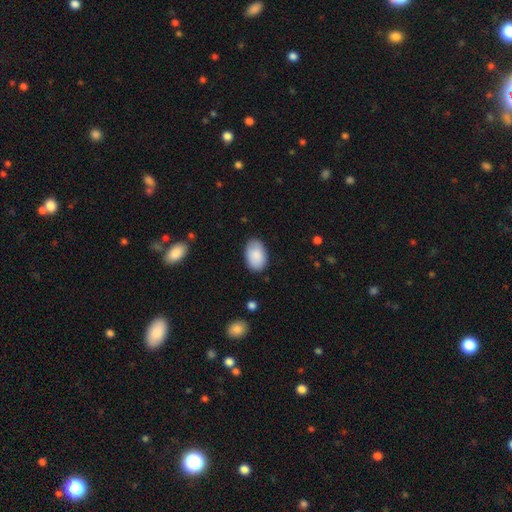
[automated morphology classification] A smooth galaxy with no disk features (89%) that is in between round and cigar-shaped (91%).

Vote fractions:
- Smooth or featured? smooth: 89% / star or artifact: 6% / featured or disk: 6%
- How rounded? in between: 91% / round: 8% / cigar-shaped: 1%
- Merging? none: 83% / minor disturbance: 13% / major disturbance: 3% / merger: 1%